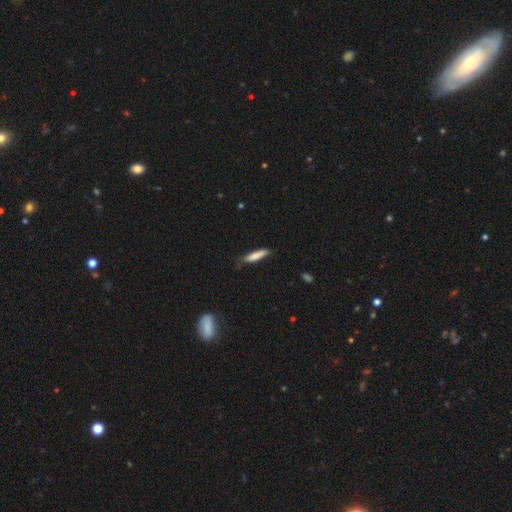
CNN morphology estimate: smooth_or_featured: smooth (p=0.79) [alt: featured or disk p=0.15]
how_rounded: cigar-shaped (p=0.85) [alt: in between p=0.14]
merging: none (p=0.72) [alt: minor disturbance p=0.22]